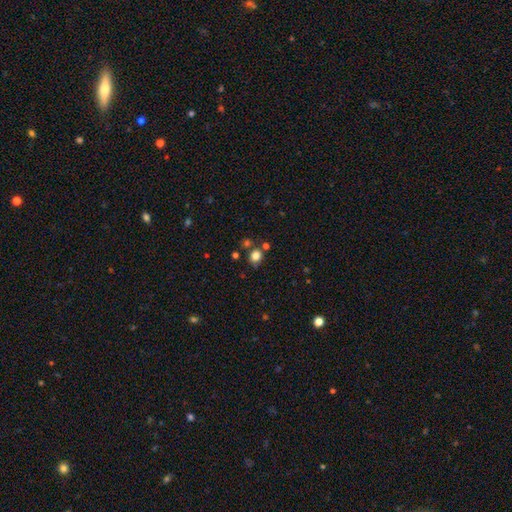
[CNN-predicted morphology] Smooth or featured? Predicted: smooth (p=0.81). How rounded? Predicted: round (p=0.68). Merging? Predicted: none (p=0.72).